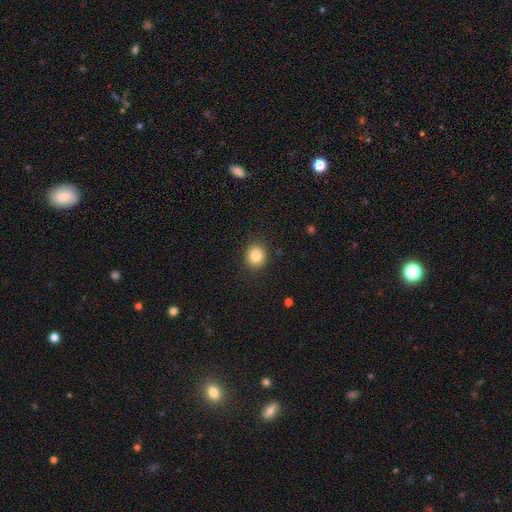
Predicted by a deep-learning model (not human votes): Smooth or featured? smooth (84%)
How rounded? round (80%)
Merging? none (90%)